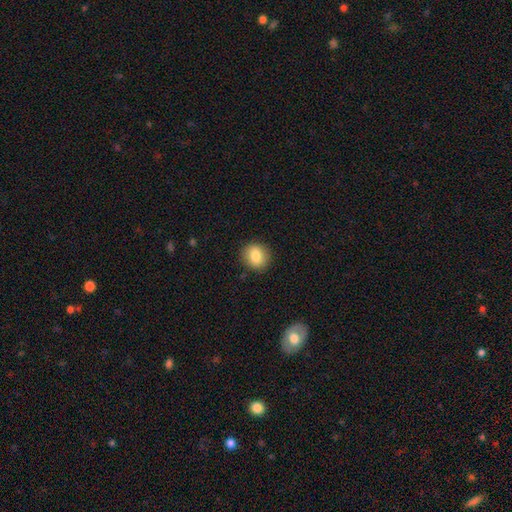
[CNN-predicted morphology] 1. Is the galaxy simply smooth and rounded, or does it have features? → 83% smooth, 9% featured or disk, 9% star or artifact.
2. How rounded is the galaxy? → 81% round, 18% in between, 1% cigar-shaped.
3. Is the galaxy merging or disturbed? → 90% none, 7% minor disturbance, 2% major disturbance, 1% merger.